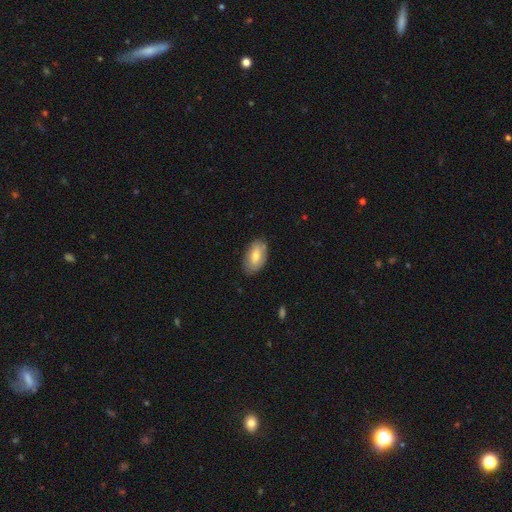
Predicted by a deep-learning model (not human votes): Smooth or featured? Predicted: smooth (p=0.71). How rounded? Predicted: in between (p=0.93). Merging? Predicted: none (p=0.79).